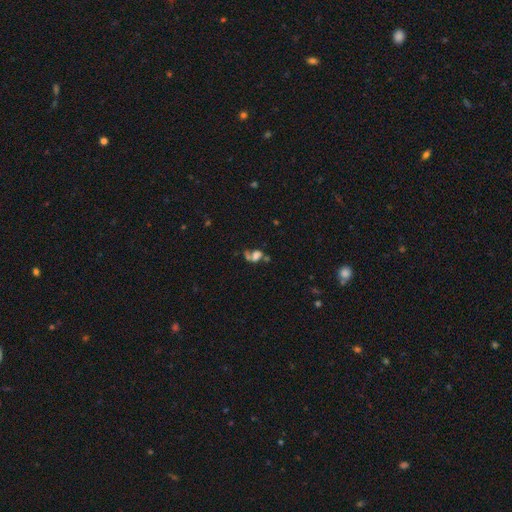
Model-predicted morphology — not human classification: smooth-or-featured: smooth: 43% | featured or disk: 35% | star or artifact: 21%
  merging: merger: 40% | major disturbance: 24% | none: 24% | minor disturbance: 12%